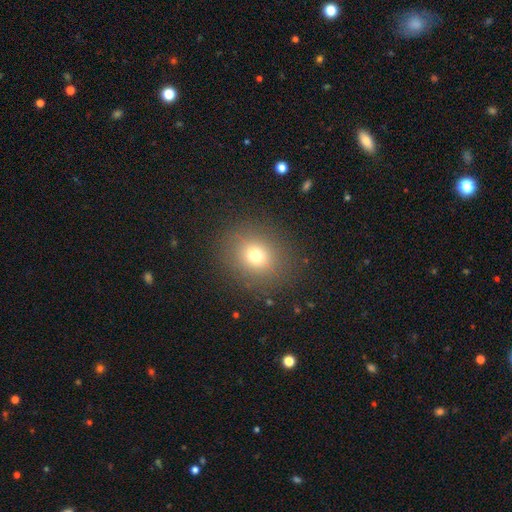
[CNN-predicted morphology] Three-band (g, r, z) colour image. It shows a smooth galaxy with no disk features (72%) that is round (74%). Merging: none (87%).